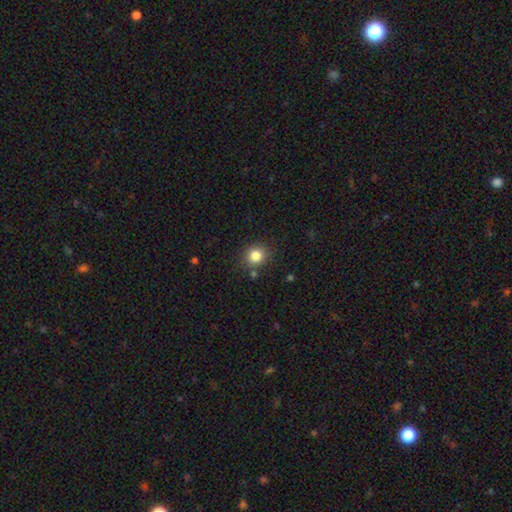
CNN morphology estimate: Smooth or featured? smooth (82%)
How rounded? round (84%)
Merging? none (82%)